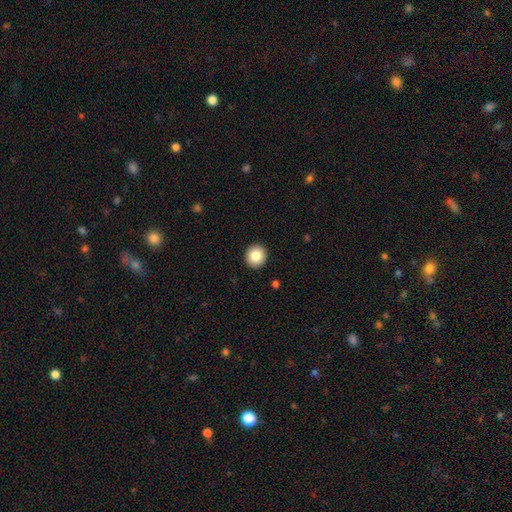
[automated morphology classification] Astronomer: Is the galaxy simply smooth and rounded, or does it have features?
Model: smooth — 85%.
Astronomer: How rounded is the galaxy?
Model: round — 93%.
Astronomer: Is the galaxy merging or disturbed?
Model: none — 93%.